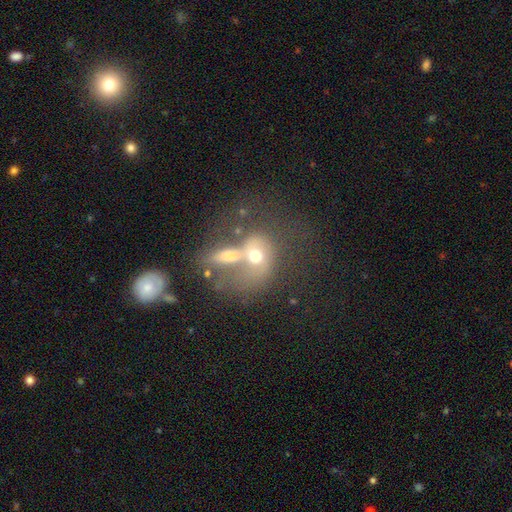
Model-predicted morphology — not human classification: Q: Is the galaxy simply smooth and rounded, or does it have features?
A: smooth — 55%.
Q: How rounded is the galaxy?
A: in between — 50%.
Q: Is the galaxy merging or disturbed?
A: merger — 64%.